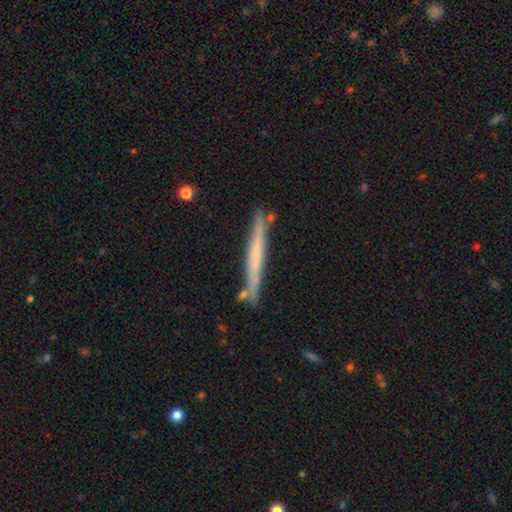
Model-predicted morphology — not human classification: This appears to be a featured or disk galaxy (50%). Merging: none (84%).